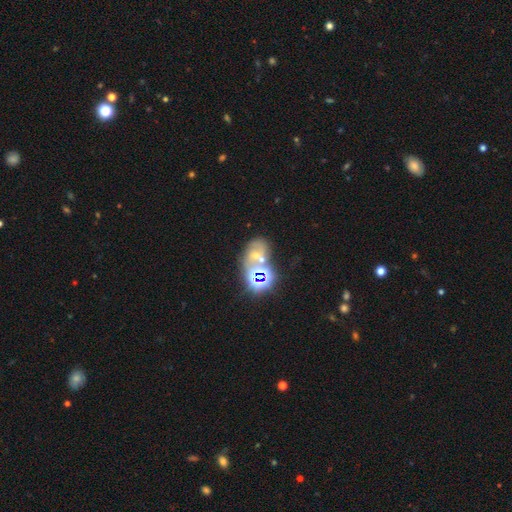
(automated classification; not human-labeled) A star or artifact, not a galaxy (46%).

Vote fractions:
- Smooth or featured? star or artifact: 46% / featured or disk: 31% / smooth: 23%